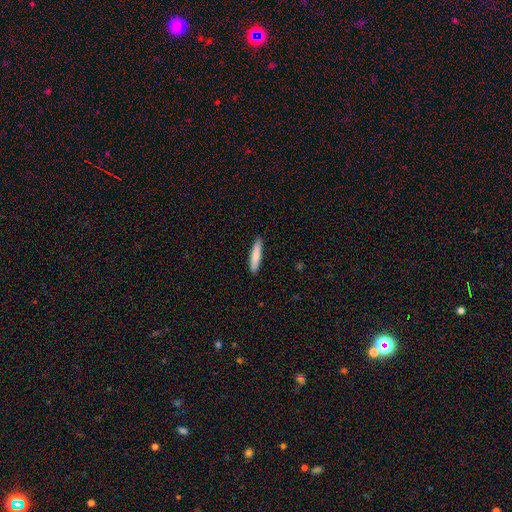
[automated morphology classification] smooth_or_featured: smooth (p=0.83) [alt: featured or disk p=0.12]
how_rounded: cigar-shaped (p=0.87) [alt: in between p=0.12]
merging: none (p=0.91) [alt: minor disturbance p=0.07]